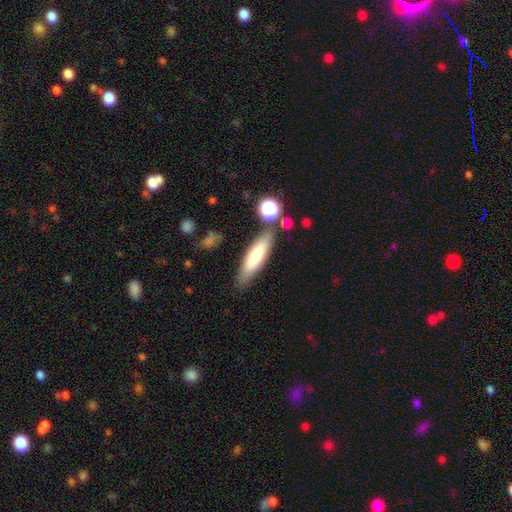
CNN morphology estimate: smooth-or-featured: smooth: 74% | featured or disk: 19% | star or artifact: 7%
  how-rounded: cigar-shaped: 65% | in between: 33% | round: 2%
  merging: none: 77% | minor disturbance: 13% | merger: 7% | major disturbance: 3%